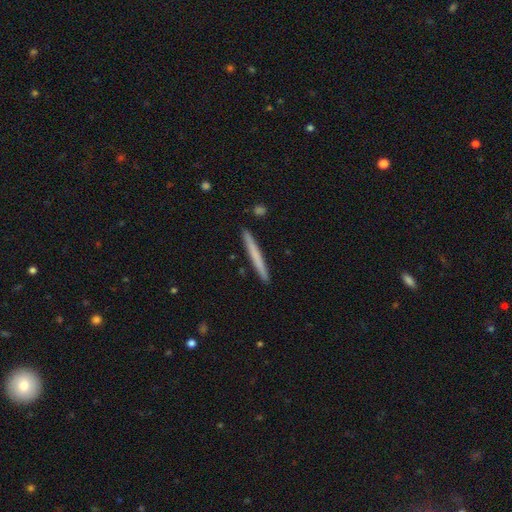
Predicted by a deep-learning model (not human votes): Smooth or featured?
  - smooth: 65% *
  - featured or disk: 30%
  - star or artifact: 5%
How rounded?
  - cigar-shaped: 97% *
  - in between: 2%
  - round: 1%
Merging?
  - none: 92% *
  - minor disturbance: 5%
  - merger: 1%
  - major disturbance: 1%